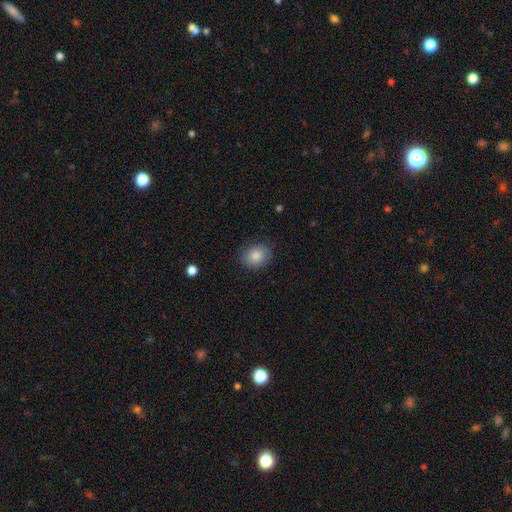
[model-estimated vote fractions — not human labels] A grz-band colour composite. It shows a smooth galaxy with no disk features (84%) that is round (50%). Merging: none (83%).